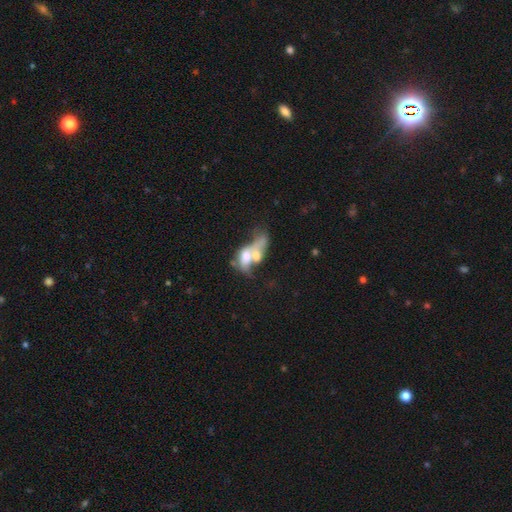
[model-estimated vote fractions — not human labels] This appears to be a smooth galaxy with no disk features (48%). Merging: merger (69%).